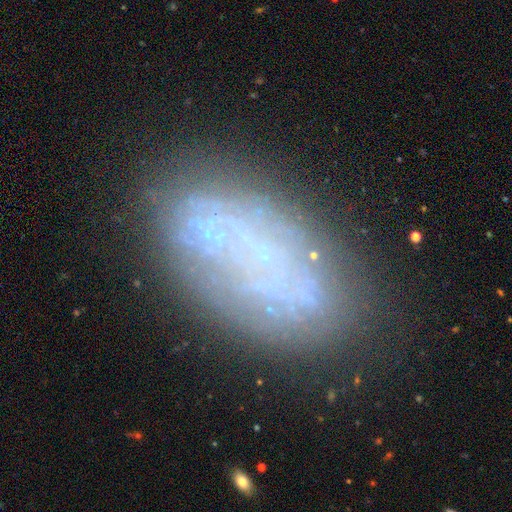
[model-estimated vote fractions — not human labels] Smooth or featured? Predicted: featured or disk (p=0.59). Edge-on disk? Predicted: no (p=0.93). Bar? Predicted: no (p=0.86). Spiral arms? Predicted: no (p=0.79). Bulge size? Predicted: none (p=0.60). Merging? Predicted: none (p=0.69).